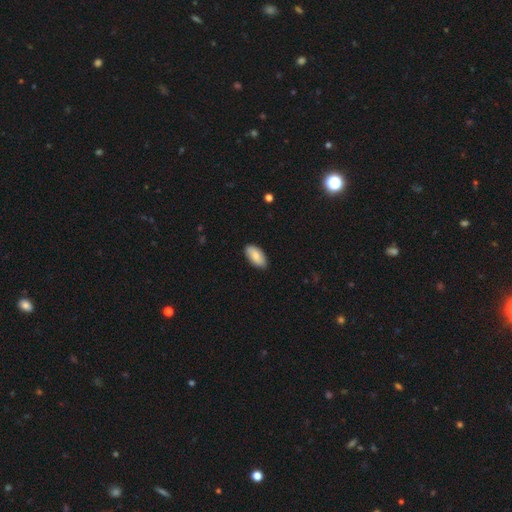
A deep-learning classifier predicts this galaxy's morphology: This appears to be a smooth galaxy with no disk features (80%) that is in between round and cigar-shaped (94%). Merging: none (86%).